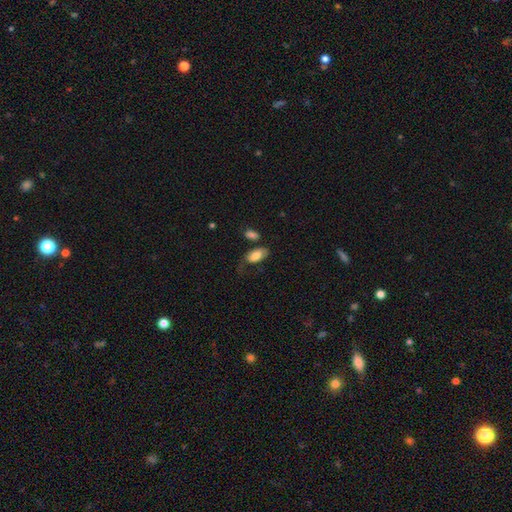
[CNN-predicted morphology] This is likely a smooth galaxy (79%). How rounded: clearly in between (94%). Merging: marginally none (44%).